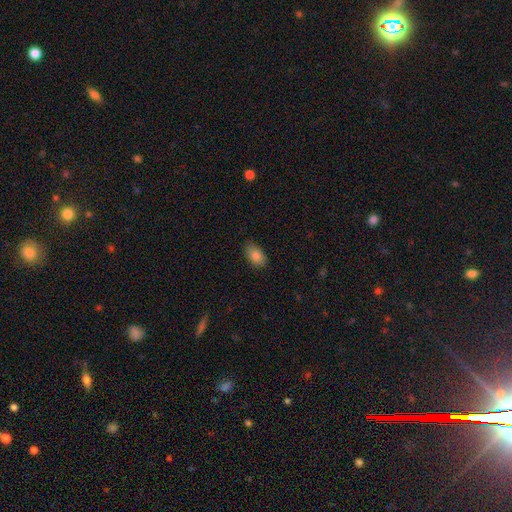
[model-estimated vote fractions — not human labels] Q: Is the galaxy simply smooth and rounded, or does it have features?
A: smooth — 84%.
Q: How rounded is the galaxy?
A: in between — 89%.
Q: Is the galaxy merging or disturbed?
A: none — 82%.